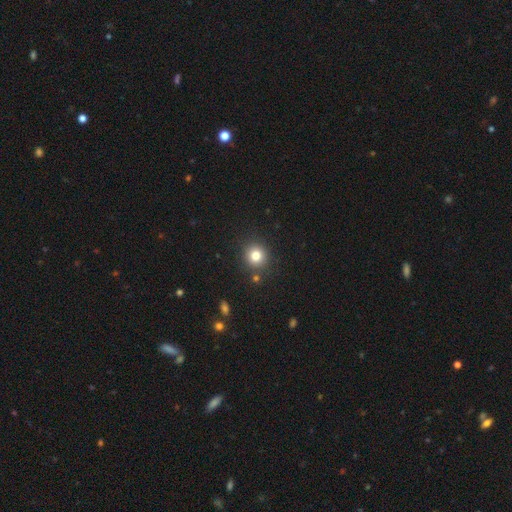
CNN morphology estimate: Smooth or featured: smooth — 80% (star or artifact — 13%)
How rounded: round — 91% (in between — 8%)
Merging: none — 87% (minor disturbance — 7%)